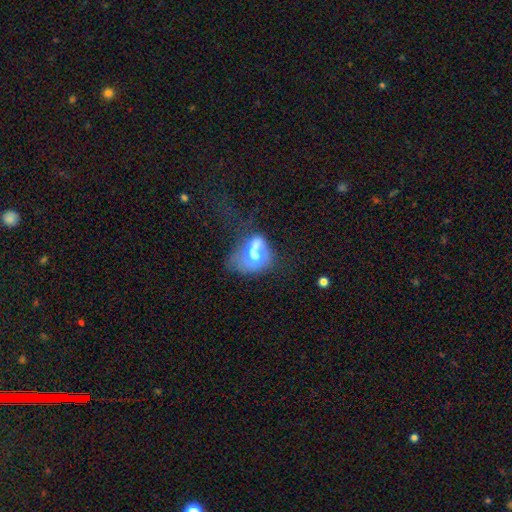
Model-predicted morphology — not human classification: Smooth or featured? Predicted: smooth (p=0.51). How rounded? Predicted: in between (p=0.70). Merging? Predicted: major disturbance (p=0.41).